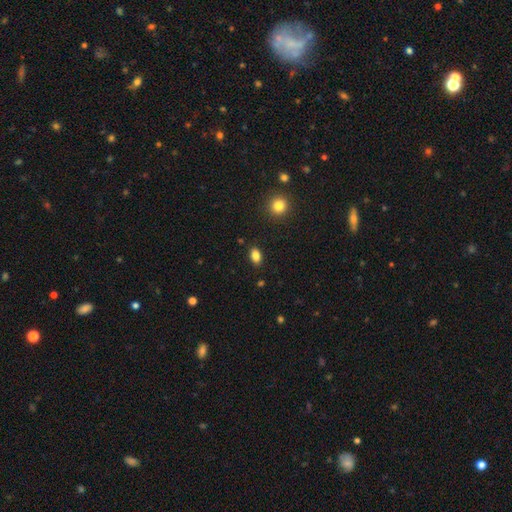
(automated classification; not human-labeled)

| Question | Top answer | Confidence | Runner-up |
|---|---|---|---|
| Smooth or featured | smooth | 84% | star or artifact (10%) |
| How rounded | in between | 85% | round (12%) |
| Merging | none | 87% | minor disturbance (9%) |